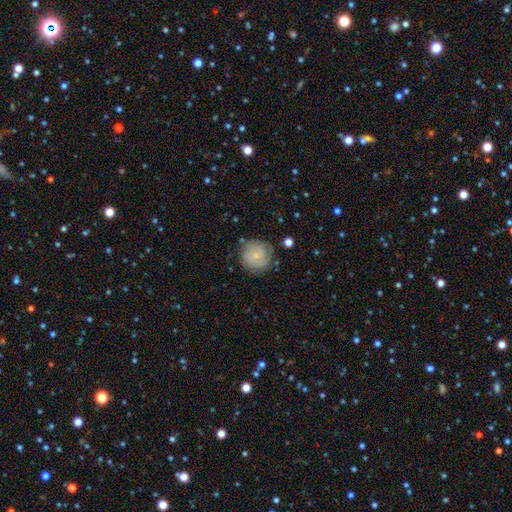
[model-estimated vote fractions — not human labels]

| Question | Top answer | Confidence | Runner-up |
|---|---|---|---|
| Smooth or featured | smooth | 58% | featured or disk (34%) |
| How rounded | round | 92% | in between (7%) |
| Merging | none | 75% | minor disturbance (17%) |